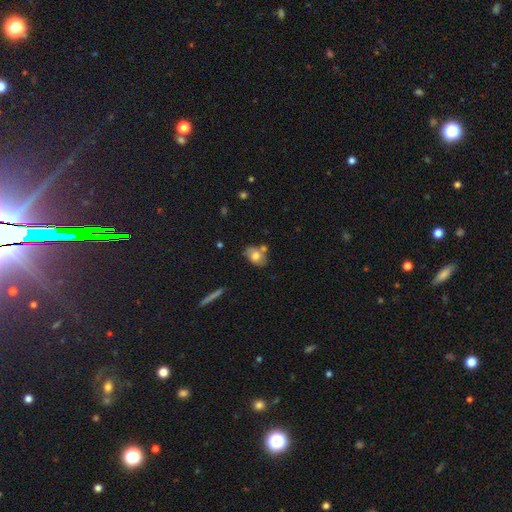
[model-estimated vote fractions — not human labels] Smooth or featured?
  - smooth: 67% *
  - featured or disk: 25%
  - star or artifact: 8%
How rounded?
  - in between: 78% *
  - round: 20%
  - cigar-shaped: 2%
Merging?
  - none: 54% *
  - minor disturbance: 21%
  - merger: 20%
  - major disturbance: 6%